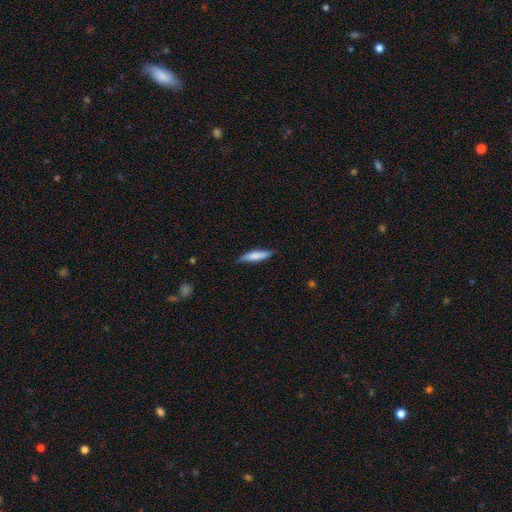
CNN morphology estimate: type=smooth (75%); roundness=cigar-shaped (76%); merging=none (81%).